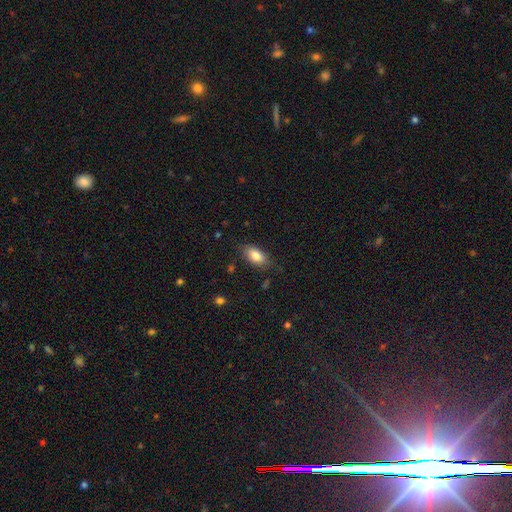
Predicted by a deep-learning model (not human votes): smooth-or-featured: smooth: 82% | featured or disk: 11% | star or artifact: 8%
  how-rounded: in between: 89% | cigar-shaped: 6% | round: 5%
  merging: none: 80% | minor disturbance: 15% | major disturbance: 4% | merger: 1%